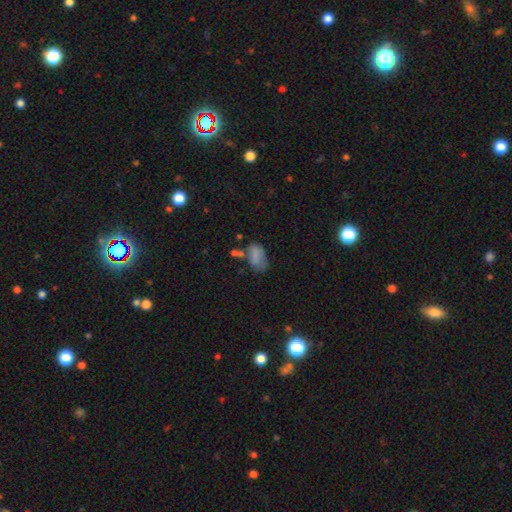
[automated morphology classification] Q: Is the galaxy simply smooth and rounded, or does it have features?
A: smooth — 73%.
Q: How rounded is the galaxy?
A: in between — 90%.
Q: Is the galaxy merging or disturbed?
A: none — 40%.